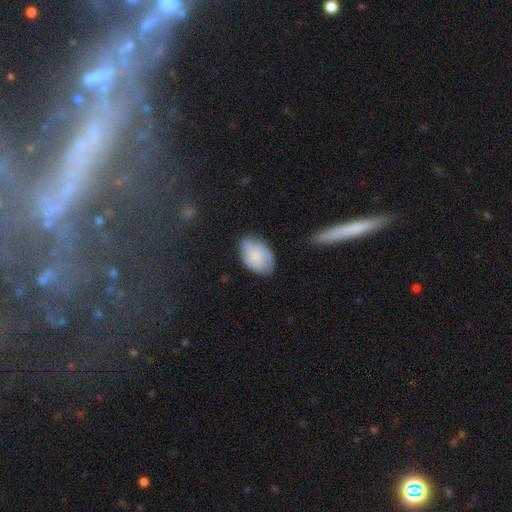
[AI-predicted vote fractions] A smooth galaxy with no disk features (65%) that is in between round and cigar-shaped (89%).

Vote fractions:
- Smooth or featured? smooth: 65% / featured or disk: 27% / star or artifact: 7%
- How rounded? in between: 89% / round: 10% / cigar-shaped: 1%
- Merging? none: 68% / minor disturbance: 23% / major disturbance: 6% / merger: 2%